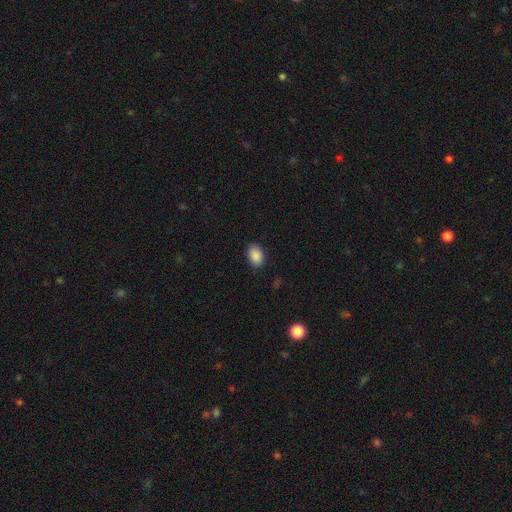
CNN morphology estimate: Smooth or featured? Predicted: smooth (p=0.89). How rounded? Predicted: in between (p=0.81). Merging? Predicted: none (p=0.86).